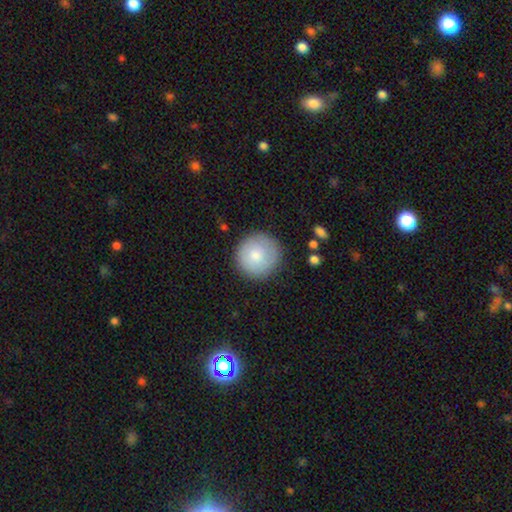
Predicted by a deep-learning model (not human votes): Overall: smooth (79%). How rounded: round (95%). Merging: none (86%).